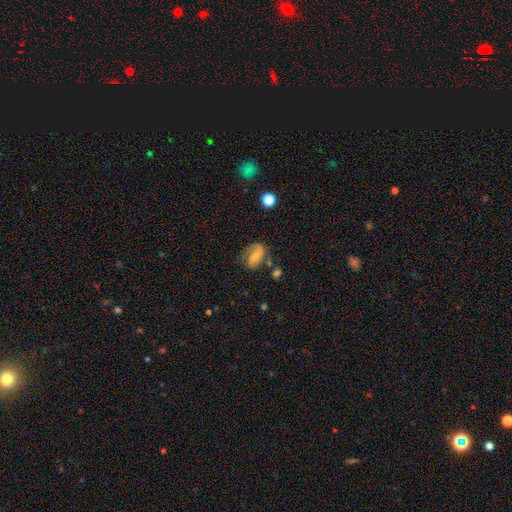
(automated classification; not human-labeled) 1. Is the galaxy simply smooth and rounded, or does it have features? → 46% smooth, 45% featured or disk, 9% star or artifact.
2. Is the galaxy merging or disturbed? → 57% none, 25% minor disturbance, 13% major disturbance, 5% merger.